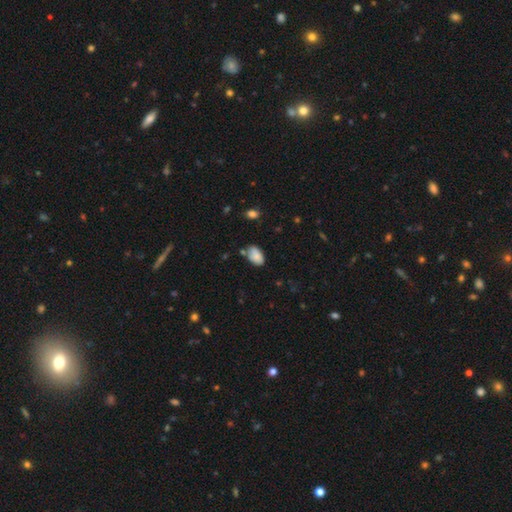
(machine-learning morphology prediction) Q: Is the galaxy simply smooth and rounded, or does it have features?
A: smooth — 86%.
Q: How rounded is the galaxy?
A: in between — 92%.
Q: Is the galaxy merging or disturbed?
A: none — 67%.